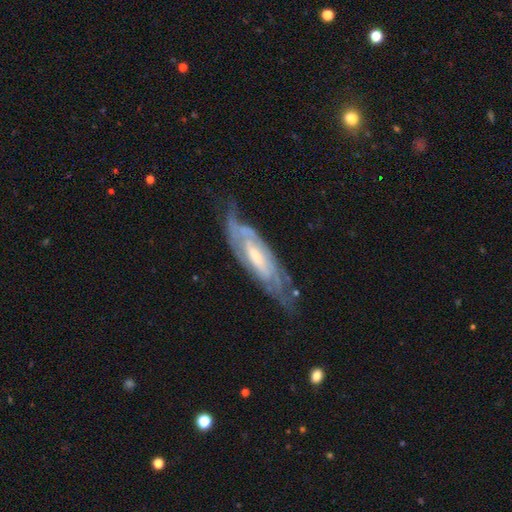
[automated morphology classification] Smooth or featured? Predicted: featured or disk (p=0.82). Edge-on disk? Predicted: no (p=0.77). Bar? Predicted: no (p=0.42, tied with weak). Spiral arms? Predicted: yes (p=0.90). Spiral winding? Predicted: tight (p=0.59). Spiral arm count? Predicted: can't tell (p=0.47). Bulge size? Predicted: moderate (p=0.47). Merging? Predicted: none (p=0.60).